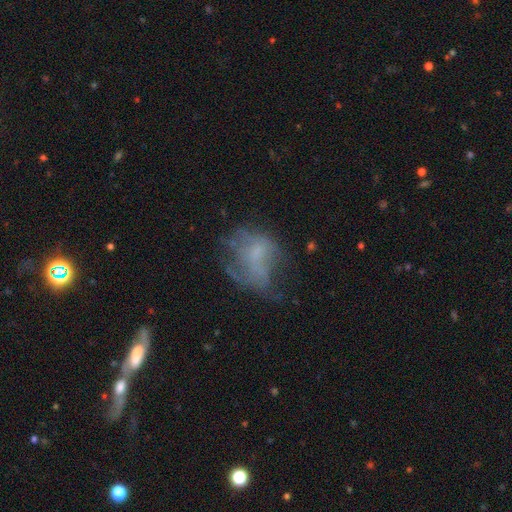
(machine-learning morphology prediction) Q: Smooth or featured?
A: featured or disk (45%); runner-up: smooth (39%)
Q: Merging?
A: none (36%); tied with: major disturbance (36%)